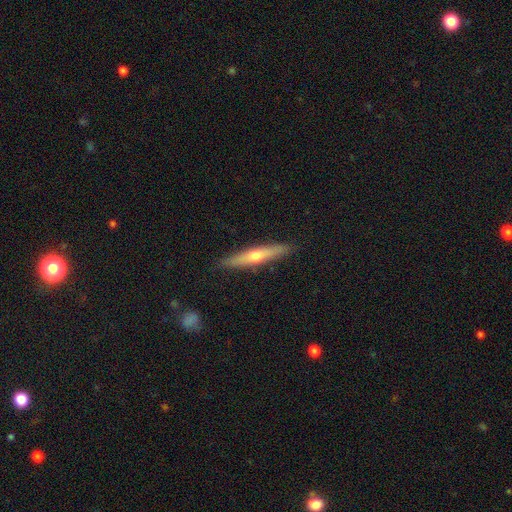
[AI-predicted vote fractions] A featured or disk galaxy (58%) viewed edge-on (95%) with a rounded central bulge (86%).

Vote fractions:
- Smooth or featured? featured or disk: 58% / smooth: 36% / star or artifact: 6%
- Edge-on disk? yes: 95% / no: 5%
- Edge-on bulge? rounded: 86% / none: 12% / boxy: 3%
- Merging? none: 90% / minor disturbance: 7% / major disturbance: 1% / merger: 1%